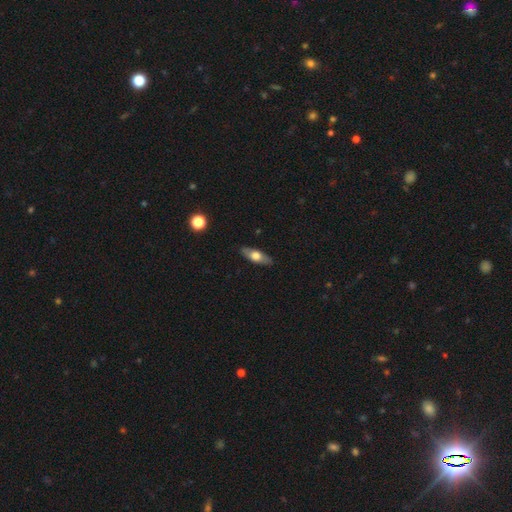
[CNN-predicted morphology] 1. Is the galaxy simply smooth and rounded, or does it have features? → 56% smooth, 38% featured or disk, 6% star or artifact.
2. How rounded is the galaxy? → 66% in between, 30% cigar-shaped, 4% round.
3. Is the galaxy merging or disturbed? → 86% none, 11% minor disturbance, 2% major disturbance, 1% merger.